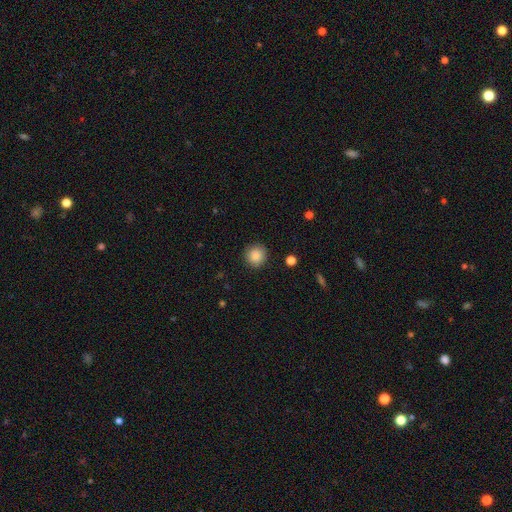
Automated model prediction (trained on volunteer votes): Smooth or featured?
  - smooth: 86% *
  - star or artifact: 9%
  - featured or disk: 5%
How rounded?
  - round: 92% *
  - in between: 7%
  - cigar-shaped: 1%
Merging?
  - none: 89% *
  - minor disturbance: 8%
  - major disturbance: 2%
  - merger: 1%